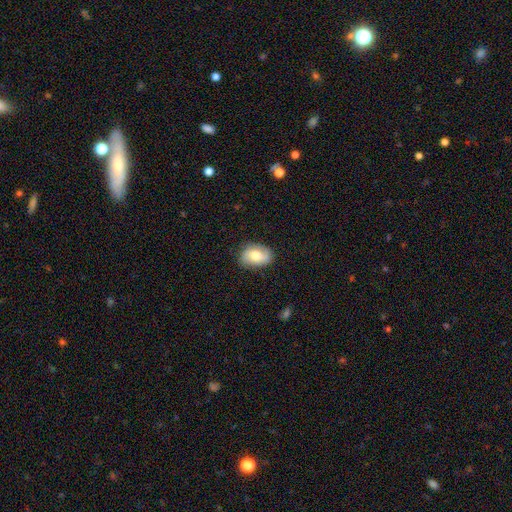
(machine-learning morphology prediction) Smooth or featured: smooth — 61% (featured or disk — 32%)
How rounded: in between — 82% (round — 16%)
Merging: none — 79% (minor disturbance — 16%)